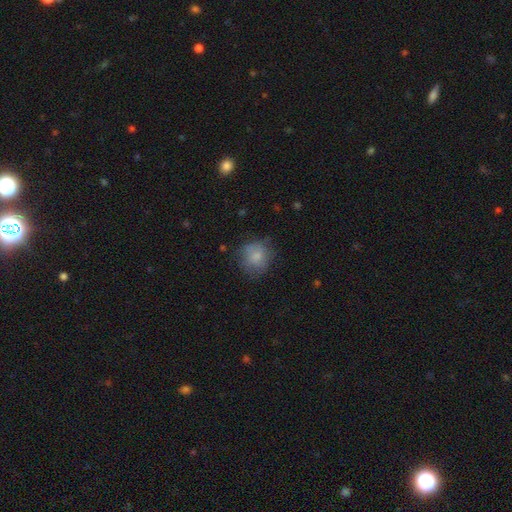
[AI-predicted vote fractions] Smooth or featured? Predicted: smooth (p=0.77). How rounded? Predicted: round (p=0.81). Merging? Predicted: none (p=0.65).